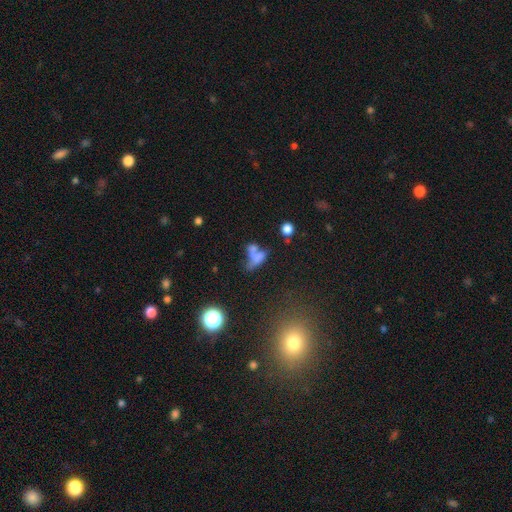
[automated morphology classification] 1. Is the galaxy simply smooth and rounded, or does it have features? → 51% smooth, 29% featured or disk, 20% star or artifact.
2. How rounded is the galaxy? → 70% in between, 17% cigar-shaped, 13% round.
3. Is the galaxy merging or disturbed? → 47% merger, 21% none, 20% major disturbance, 12% minor disturbance.